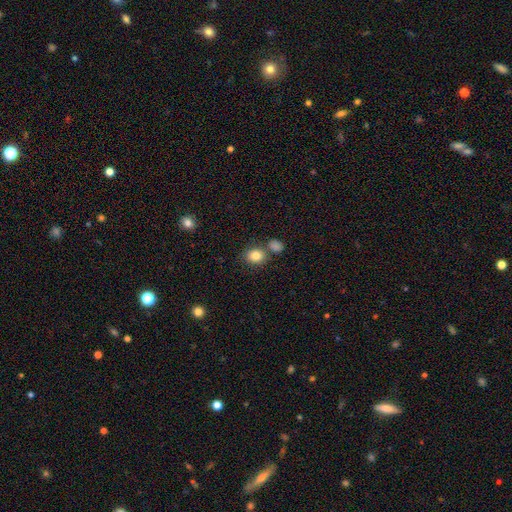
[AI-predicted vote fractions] Overall: smooth (83%). How rounded: round (61%; in between 38%). Merging: none (68%).